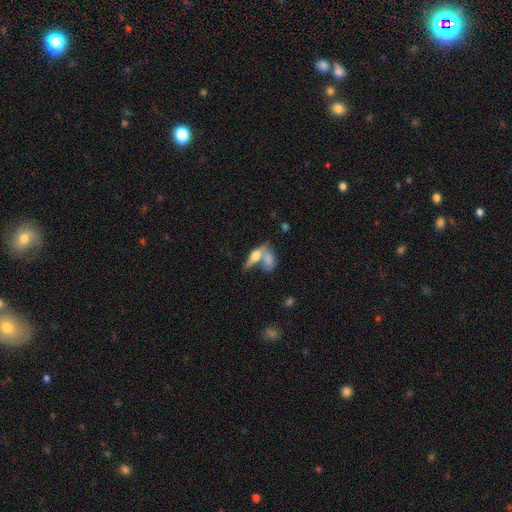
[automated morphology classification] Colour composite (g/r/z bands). It shows a smooth galaxy with no disk features (55%) that is in between round and cigar-shaped (66%). Merging: merger (55%).